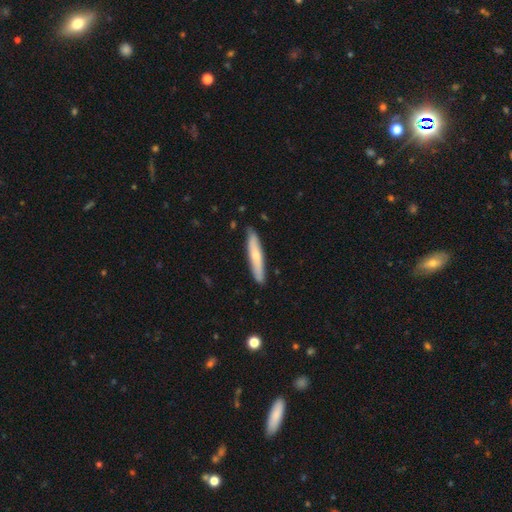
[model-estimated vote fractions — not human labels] Overall: smooth (54%; featured or disk 40%). How rounded: cigar-shaped (91%). Merging: none (88%).